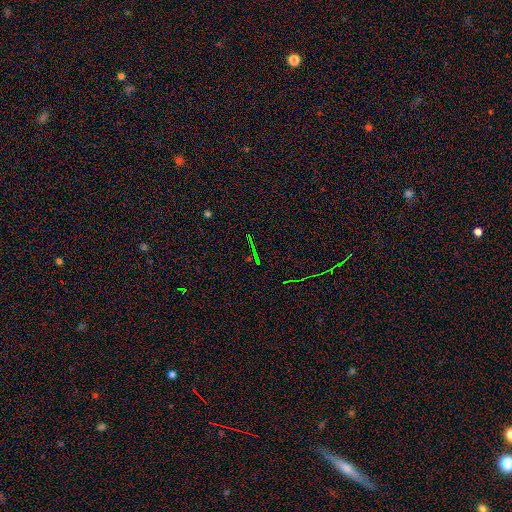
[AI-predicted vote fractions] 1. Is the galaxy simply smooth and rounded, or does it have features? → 77% star or artifact, 12% smooth, 11% featured or disk.